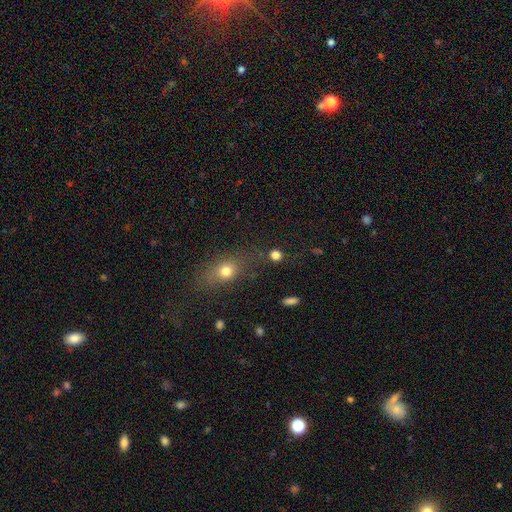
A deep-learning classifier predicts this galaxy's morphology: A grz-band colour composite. It shows a smooth galaxy with no disk features (49%). Merging: none (72%).